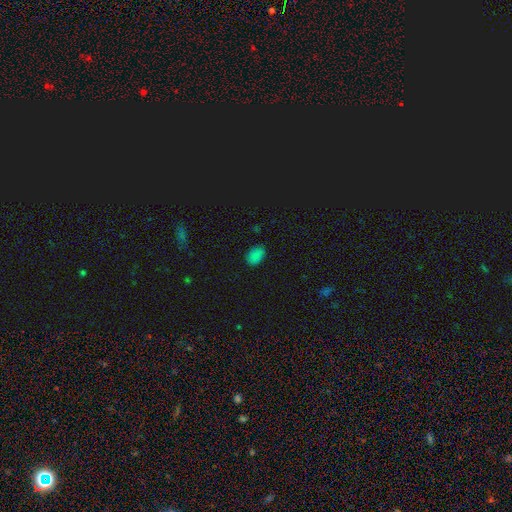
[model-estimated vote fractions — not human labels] This appears to be a smooth galaxy with no disk features (79%) that is in between round and cigar-shaped (86%). Merging: none (78%).